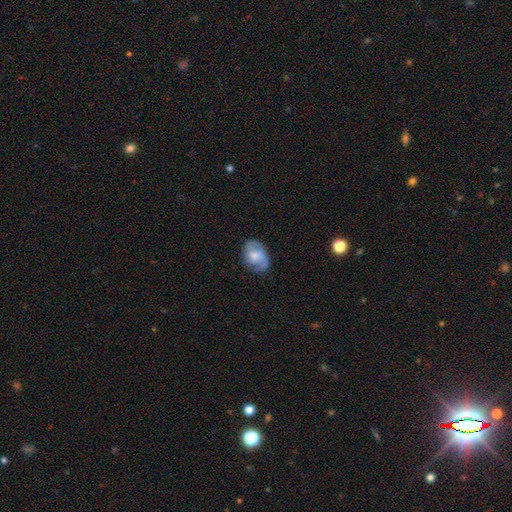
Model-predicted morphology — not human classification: Smooth or featured? Predicted: featured or disk (p=0.62). Edge-on disk? Predicted: no (p=0.97). Bar? Predicted: no (p=0.48). Spiral arms? Predicted: yes (p=0.91). Spiral winding? Predicted: medium (p=0.48). Spiral arm count? Predicted: 2 (p=0.76). Bulge size? Predicted: moderate (p=0.43). Merging? Predicted: none (p=0.71).